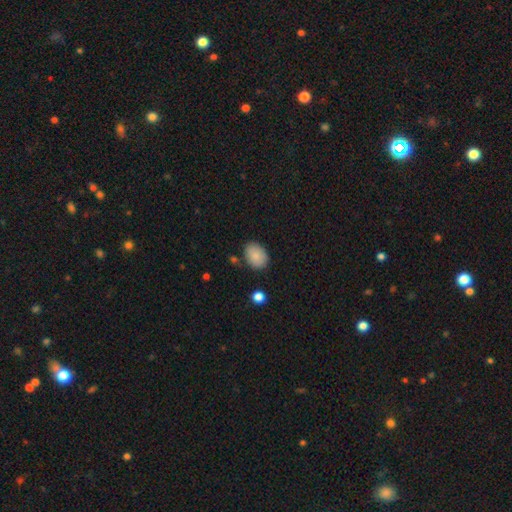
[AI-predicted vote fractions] smooth 87%, star or artifact 7%, featured or disk 6%. Down the decision tree: how rounded — in between (76%); merging — none (81%).